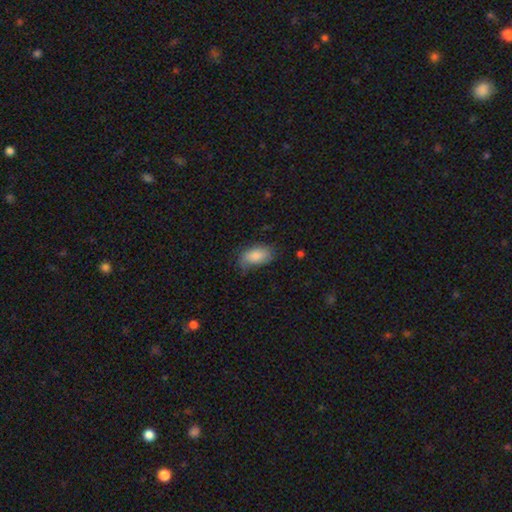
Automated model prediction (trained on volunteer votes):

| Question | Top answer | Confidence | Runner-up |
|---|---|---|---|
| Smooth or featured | smooth | 82% | featured or disk (11%) |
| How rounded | in between | 93% | round (4%) |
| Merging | none | 61% | minor disturbance (29%) |